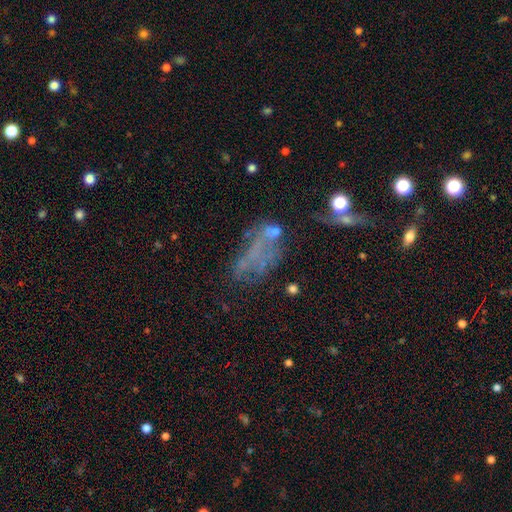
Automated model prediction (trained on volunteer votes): The model was most divided on "merging": major disturbance: 35%, none: 33%, minor disturbance: 18%, merger: 13%. Remaining: smooth or featured — featured or disk (47%).